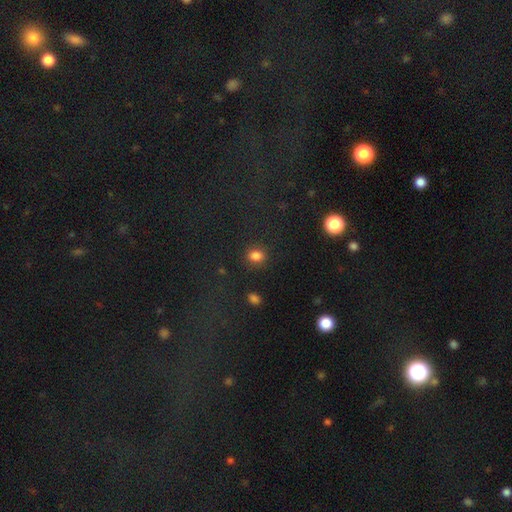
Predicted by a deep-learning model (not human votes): Smooth or featured? Predicted: smooth (p=0.82). How rounded? Predicted: in between (p=0.54). Merging? Predicted: none (p=0.84).